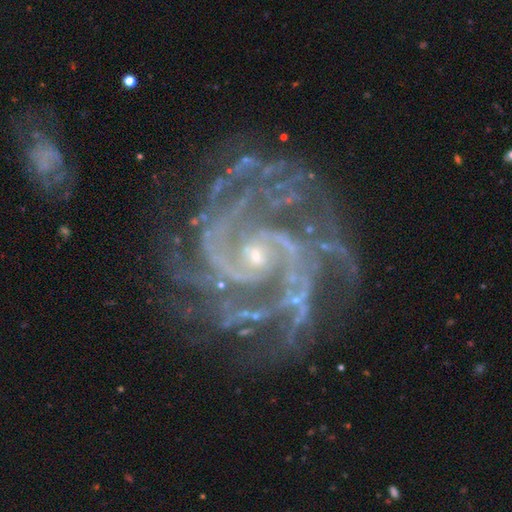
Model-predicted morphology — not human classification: The model was most divided on "spiral arm count": 3: 22%, 4: 21%, 2: 18%, more than 4: 15%, can't tell: 14%, 1: 9%. More confident: spiral arms — yes (99%); edge-on disk — no (98%); smooth or featured — featured or disk (92%); bulge size — small (77%); merging — none (71%); spiral winding — tight (66%); bar — no (56%).